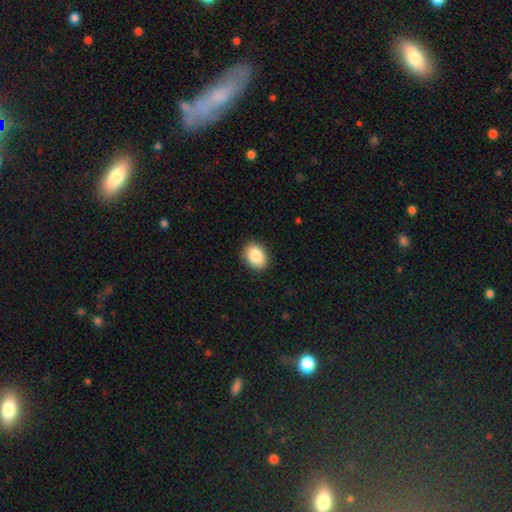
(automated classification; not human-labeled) The model was most divided on "how rounded": in between: 73%, round: 26%, cigar-shaped: 1%. More confident: merging — none (89%); smooth or featured — smooth (88%).